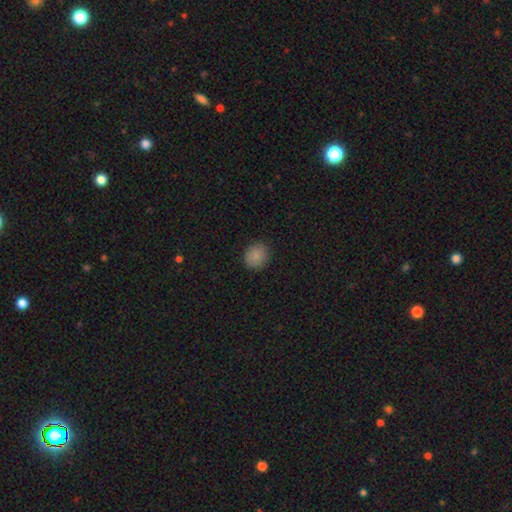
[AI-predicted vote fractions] Smooth or featured?
  - smooth: 86% *
  - star or artifact: 10%
  - featured or disk: 5%
How rounded?
  - round: 78% *
  - in between: 21%
  - cigar-shaped: 1%
Merging?
  - none: 88% *
  - minor disturbance: 9%
  - major disturbance: 2%
  - merger: 1%